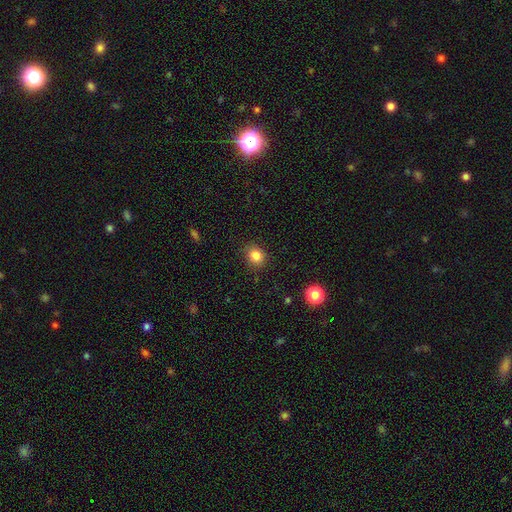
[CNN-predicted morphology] This appears to be a smooth galaxy with no disk features (83%) that is round (71%). Merging: none (88%).